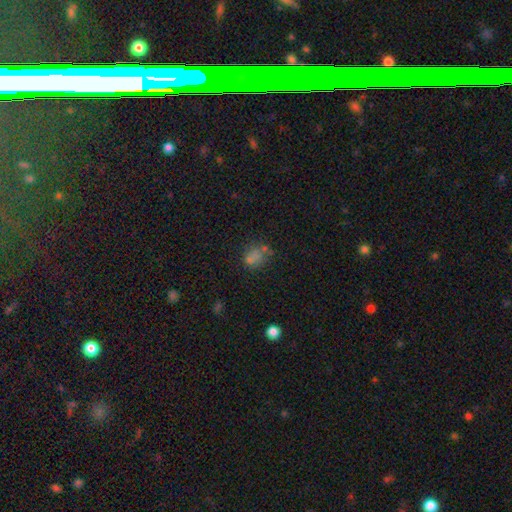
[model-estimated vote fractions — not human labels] smooth 63%, star or artifact 24%, featured or disk 13%. Down the decision tree: how rounded — round (57%); merging — none (52%).